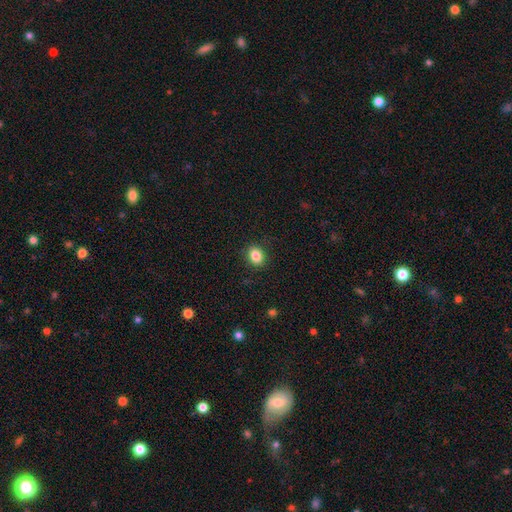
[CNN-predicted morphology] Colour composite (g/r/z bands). It shows a smooth galaxy with no disk features (85%) that is in between round and cigar-shaped (58%). Merging: none (88%).